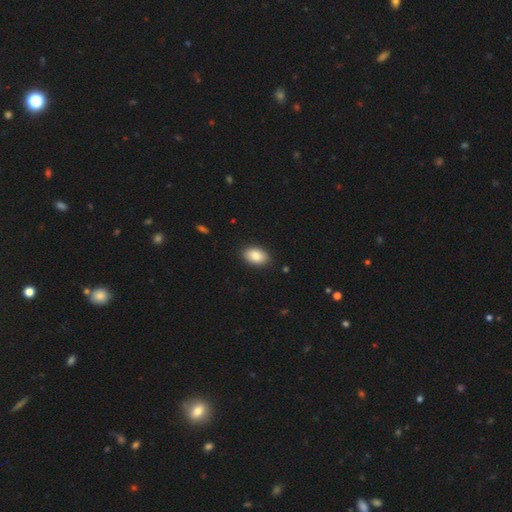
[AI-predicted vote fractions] Q: Smooth or featured?
A: smooth (87%); runner-up: star or artifact (7%)
Q: How rounded?
A: in between (91%); runner-up: round (8%)
Q: Merging?
A: none (89%); runner-up: minor disturbance (8%)